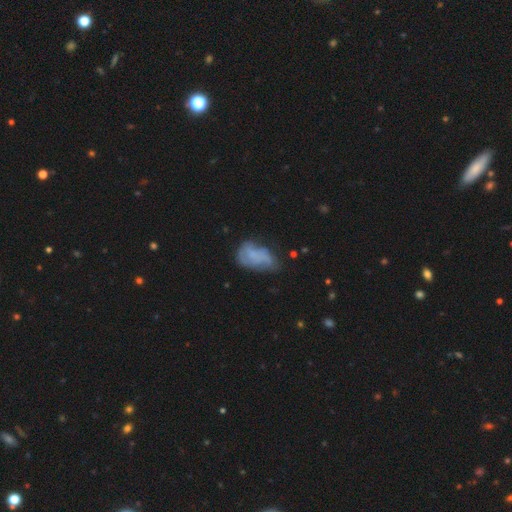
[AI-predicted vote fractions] Smooth or featured?
  - featured or disk: 46% *
  - smooth: 44%
  - star or artifact: 10%
Merging?
  - minor disturbance: 34% *
  - none: 33%
  - major disturbance: 27%
  - merger: 6%